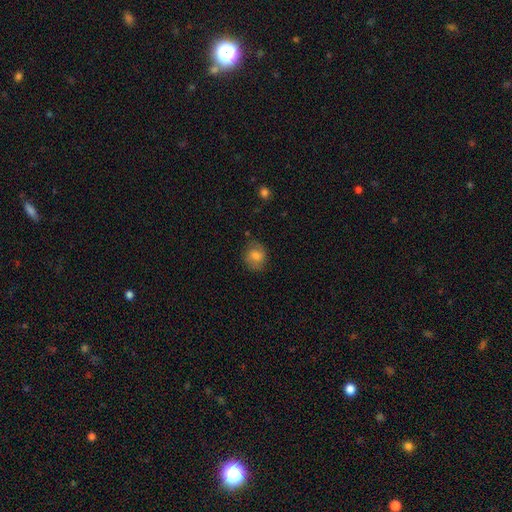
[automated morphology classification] Smooth or featured?
  - smooth: 70% *
  - featured or disk: 21%
  - star or artifact: 9%
How rounded?
  - round: 63% *
  - in between: 36%
  - cigar-shaped: 1%
Merging?
  - none: 74% *
  - minor disturbance: 19%
  - major disturbance: 5%
  - merger: 2%